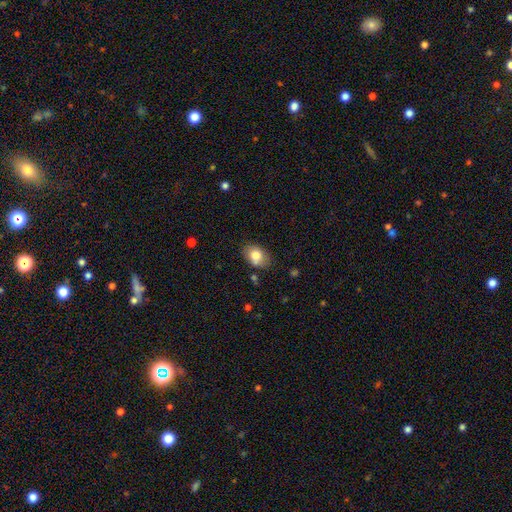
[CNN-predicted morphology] This appears to be a smooth galaxy with no disk features (78%) that is in between round and cigar-shaped (80%). Merging: none (75%).